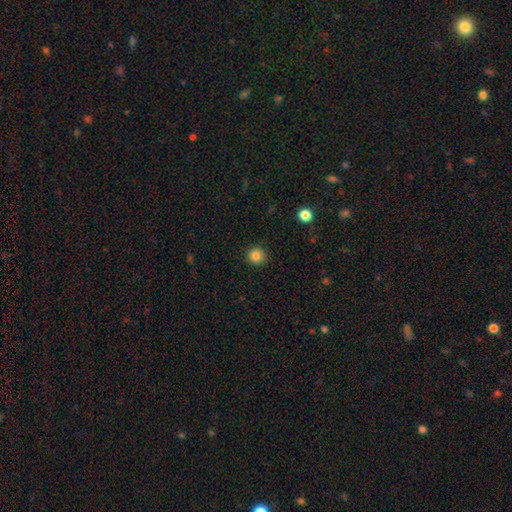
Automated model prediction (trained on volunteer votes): smooth 85%, star or artifact 11%, featured or disk 4%. Down the decision tree: how rounded — round (94%); merging — none (91%).